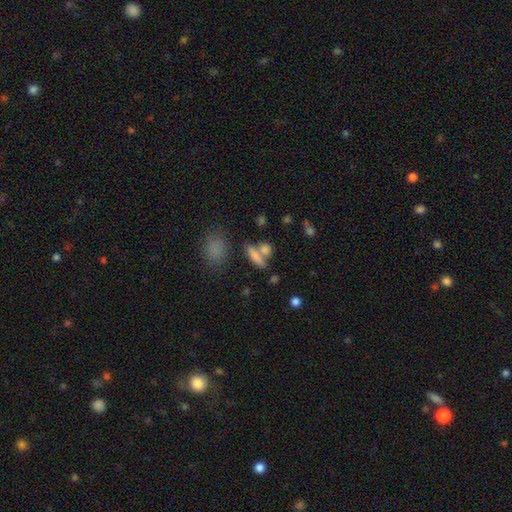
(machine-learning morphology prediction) type=smooth (76%); roundness=cigar-shaped (44%, tied with in between); merging=none (52%).